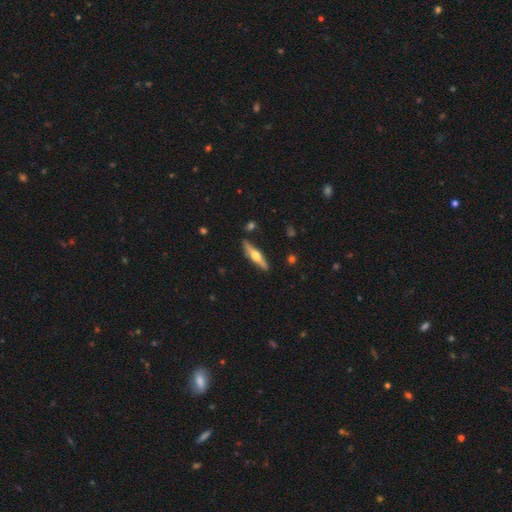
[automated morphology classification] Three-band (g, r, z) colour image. It shows a featured or disk galaxy (65%) viewed edge-on (96%) with a rounded central bulge (94%). Merging: none (88%).